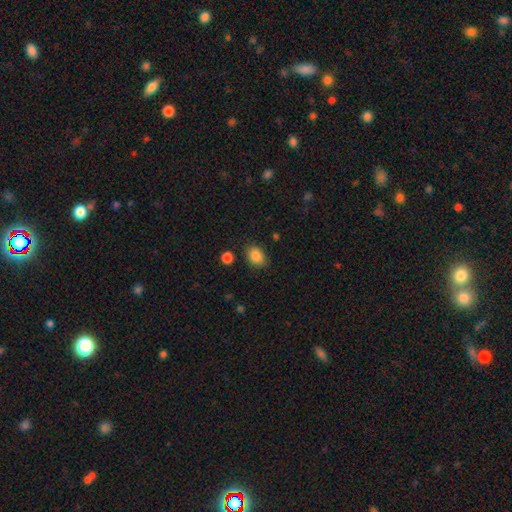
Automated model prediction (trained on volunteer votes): This is clearly a smooth galaxy (87%). How rounded: likely in between (75%). Merging: clearly none (81%).